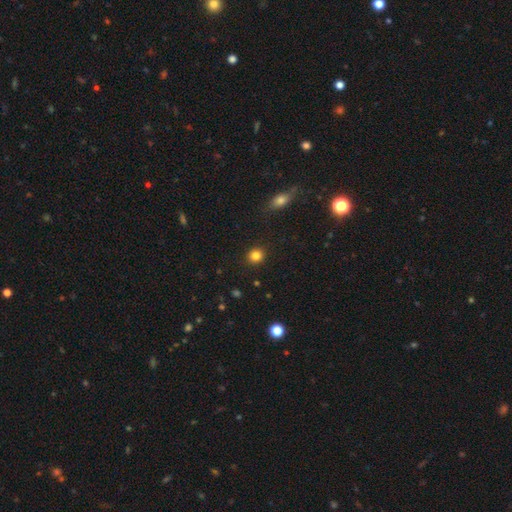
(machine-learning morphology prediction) The model was most divided on "smooth or featured": smooth: 84%, star or artifact: 12%, featured or disk: 5%. More confident: merging — none (91%); how rounded — round (88%).